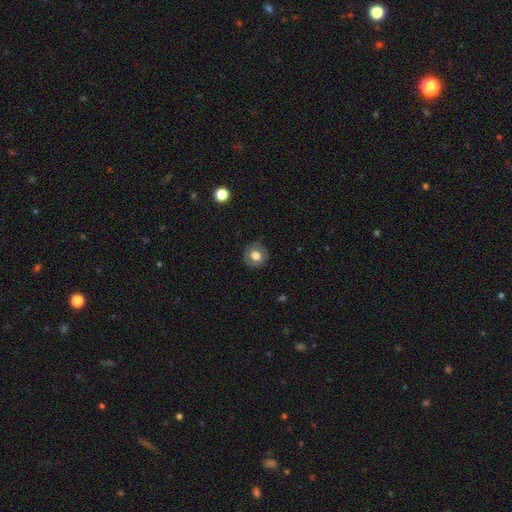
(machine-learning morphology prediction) type=smooth (74%); roundness=round (88%); merging=none (87%).